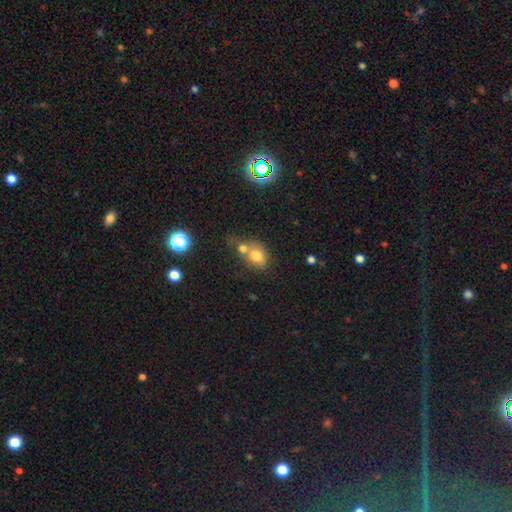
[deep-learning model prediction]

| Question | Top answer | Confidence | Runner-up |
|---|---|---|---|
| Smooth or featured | smooth | 76% | featured or disk (13%) |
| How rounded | in between | 56% | round (43%) |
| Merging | merger | 51% | none (32%) |